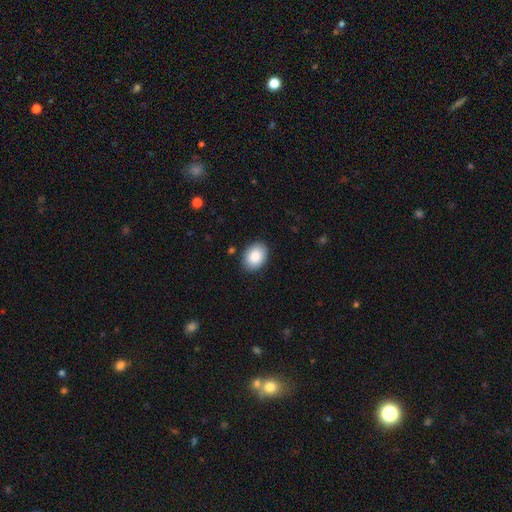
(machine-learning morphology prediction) Smooth or featured?
  - smooth: 88% *
  - star or artifact: 7%
  - featured or disk: 5%
How rounded?
  - in between: 72% *
  - round: 27%
  - cigar-shaped: 1%
Merging?
  - none: 88% *
  - minor disturbance: 9%
  - major disturbance: 2%
  - merger: 1%